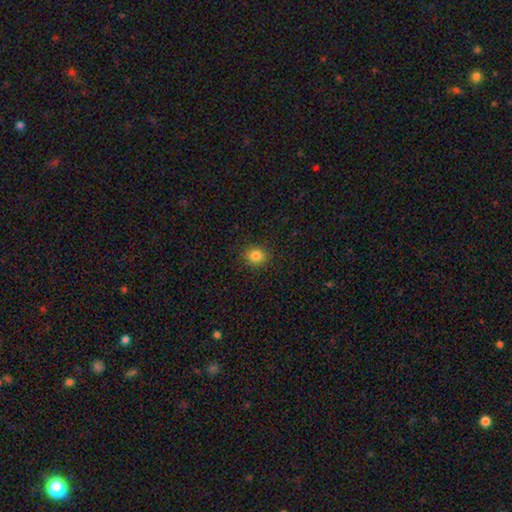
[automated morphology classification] Smooth or featured?
  - smooth: 84% *
  - star or artifact: 12%
  - featured or disk: 5%
How rounded?
  - round: 79% *
  - in between: 20%
  - cigar-shaped: 1%
Merging?
  - none: 90% *
  - minor disturbance: 7%
  - major disturbance: 2%
  - merger: 1%